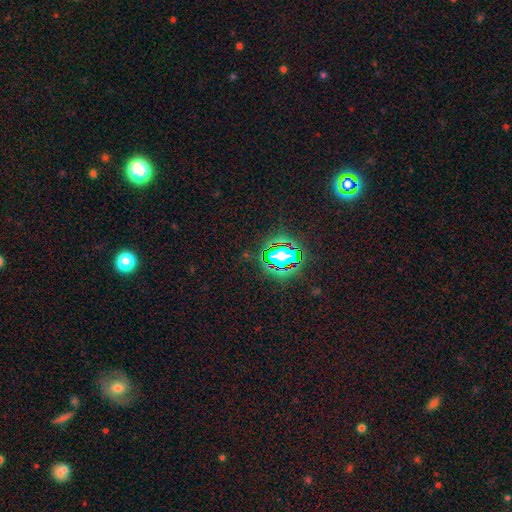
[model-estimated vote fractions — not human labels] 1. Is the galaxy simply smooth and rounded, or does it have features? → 78% star or artifact, 14% smooth, 8% featured or disk.